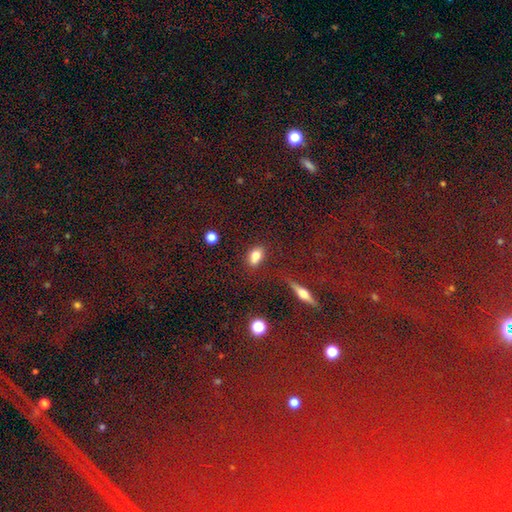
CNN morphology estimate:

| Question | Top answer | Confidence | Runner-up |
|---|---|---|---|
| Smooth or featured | smooth | 77% | featured or disk (13%) |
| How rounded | in between | 80% | round (16%) |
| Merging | none | 73% | minor disturbance (14%) |